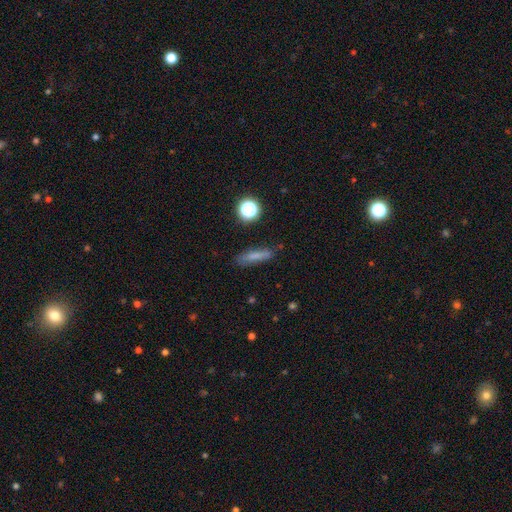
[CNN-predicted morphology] Smooth or featured? smooth (72%)
How rounded? cigar-shaped (69%)
Merging? none (76%)